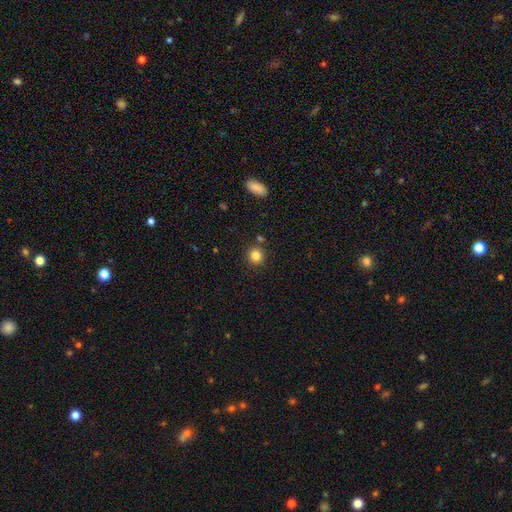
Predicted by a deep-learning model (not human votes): Smooth or featured? smooth (83%)
How rounded? round (89%)
Merging? none (85%)